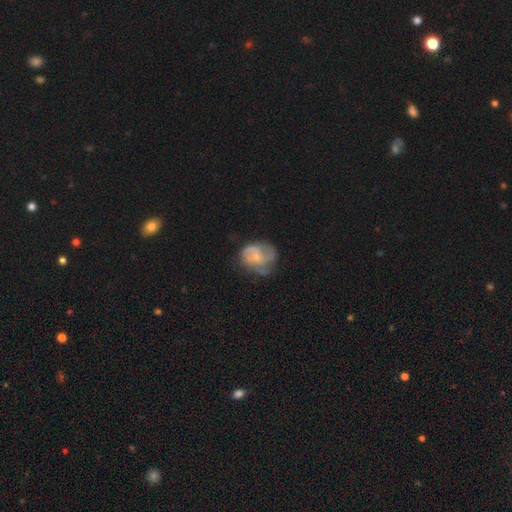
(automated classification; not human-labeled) Smooth or featured: featured or disk — 70% (smooth — 23%)
Edge-on disk: no — 98% (yes — 2%)
Bar: no — 69% (weak — 27%)
Spiral arms: yes — 86% (no — 14%)
Spiral winding: medium — 47% (tight — 27%)
Spiral arm count: 3 — 35% (2 — 29%)
Bulge size: small — 66% (moderate — 26%)
Merging: none — 51% (minor disturbance — 28%)